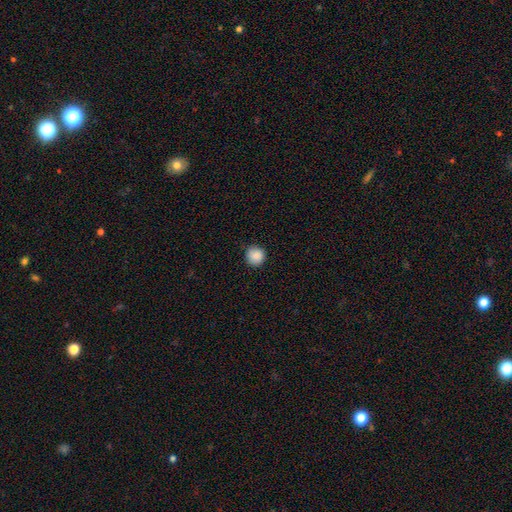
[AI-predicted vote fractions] Smooth or featured? Predicted: smooth (p=0.88). How rounded? Predicted: round (p=0.95). Merging? Predicted: none (p=0.87).